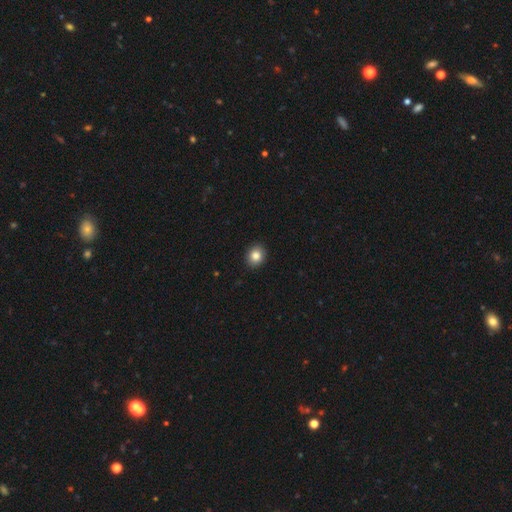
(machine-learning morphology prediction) smooth-or-featured: smooth: 84% | star or artifact: 10% | featured or disk: 7%
  how-rounded: round: 64% | in between: 35% | cigar-shaped: 1%
  merging: none: 91% | minor disturbance: 6% | major disturbance: 2% | merger: 1%